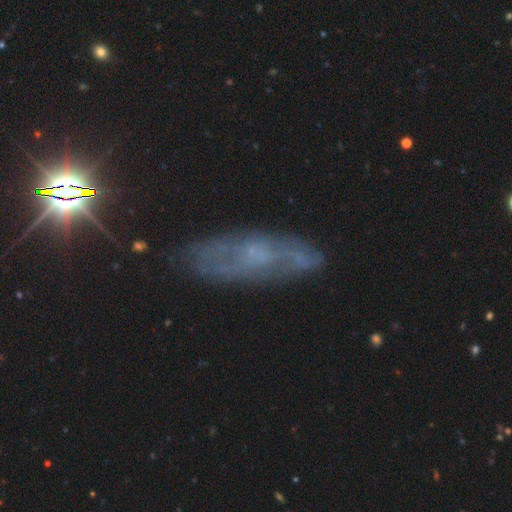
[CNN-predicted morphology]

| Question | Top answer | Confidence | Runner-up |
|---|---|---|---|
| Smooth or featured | featured or disk | 58% | smooth (24%) |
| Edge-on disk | no | 77% | yes (23%) |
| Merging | none | 74% | minor disturbance (17%) |